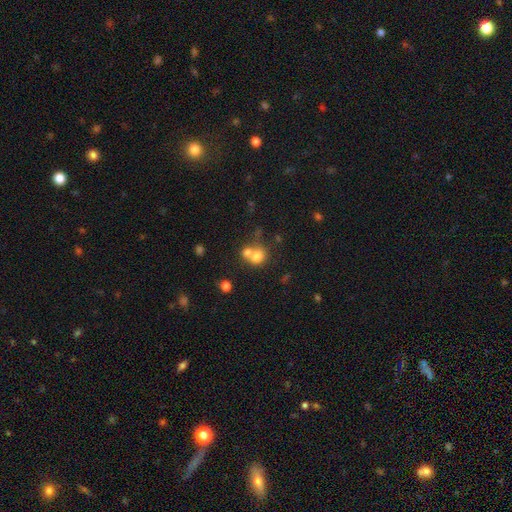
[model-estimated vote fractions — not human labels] This appears to be a smooth galaxy with no disk features (73%) that is round (78%). Merging: merger (54%).